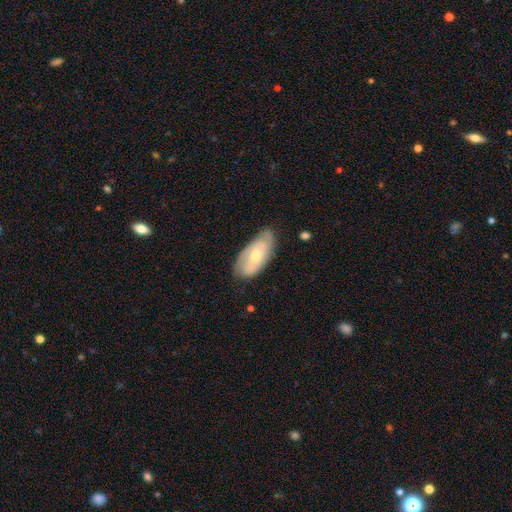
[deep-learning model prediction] This appears to be a featured or disk galaxy (56%) with no bar (59%), spiral arms (80%) and a moderate central bulge (56%). Merging: none (69%).